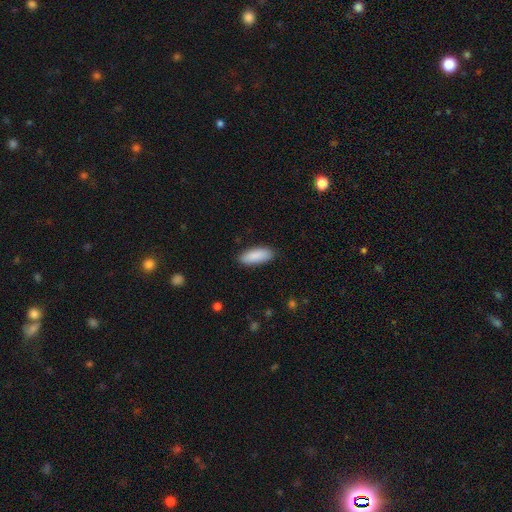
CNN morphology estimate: This is clearly a smooth galaxy (89%). How rounded: likely in between (75%). Merging: clearly none (88%).